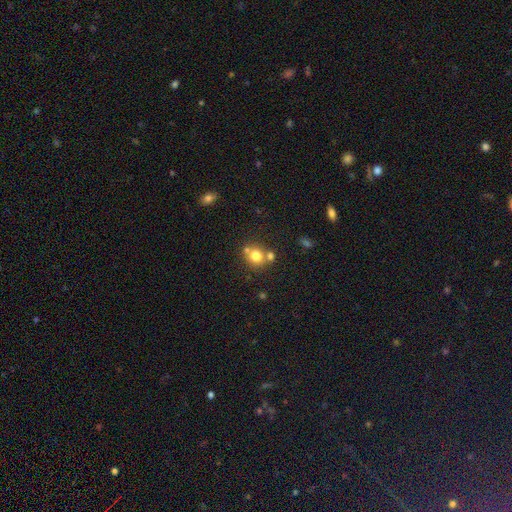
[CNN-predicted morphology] Smooth or featured?
  - smooth: 76% *
  - star or artifact: 13%
  - featured or disk: 12%
How rounded?
  - round: 82% *
  - in between: 17%
  - cigar-shaped: 1%
Merging?
  - none: 58% *
  - merger: 29%
  - minor disturbance: 10%
  - major disturbance: 4%